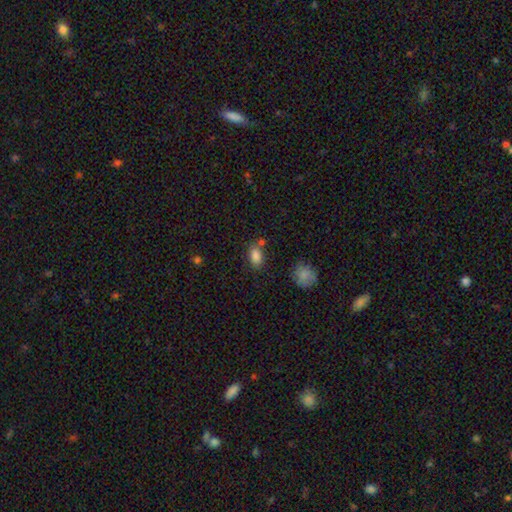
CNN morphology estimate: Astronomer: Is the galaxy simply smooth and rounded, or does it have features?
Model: smooth — 85%.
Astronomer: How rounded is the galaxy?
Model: in between — 87%.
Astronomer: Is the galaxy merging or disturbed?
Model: none — 72%.